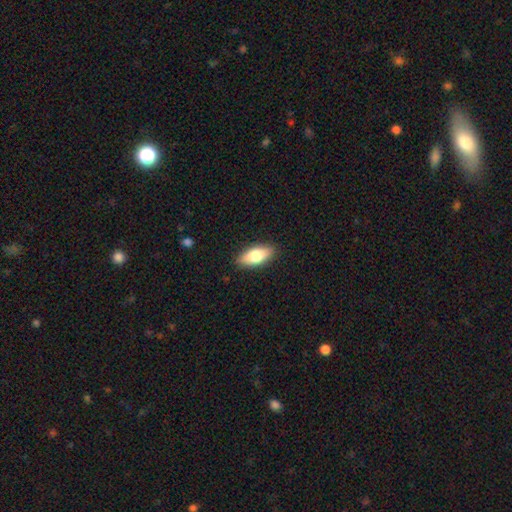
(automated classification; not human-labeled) Smooth or featured: smooth — 72% (featured or disk — 21%)
How rounded: in between — 80% (cigar-shaped — 17%)
Merging: none — 88% (minor disturbance — 9%)